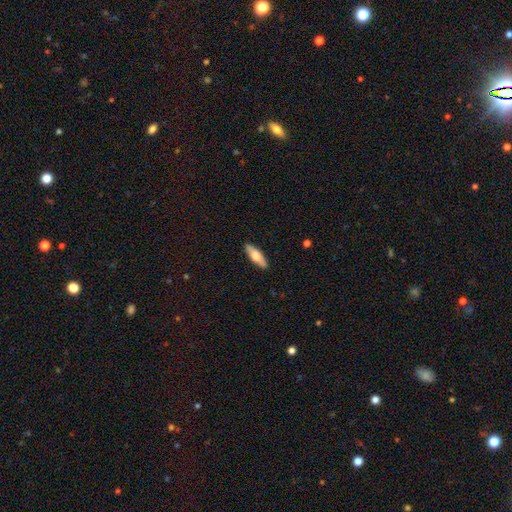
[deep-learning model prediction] smooth-or-featured: smooth: 61% | featured or disk: 33% | star or artifact: 6%
  how-rounded: cigar-shaped: 50% | in between: 48% | round: 2%
  merging: none: 89% | minor disturbance: 9% | major disturbance: 2% | merger: 1%